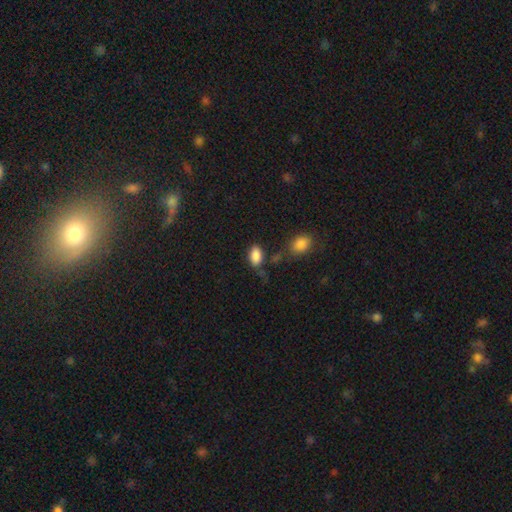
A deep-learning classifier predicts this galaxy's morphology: Overall: smooth (87%). How rounded: in between (92%). Merging: none (62%).